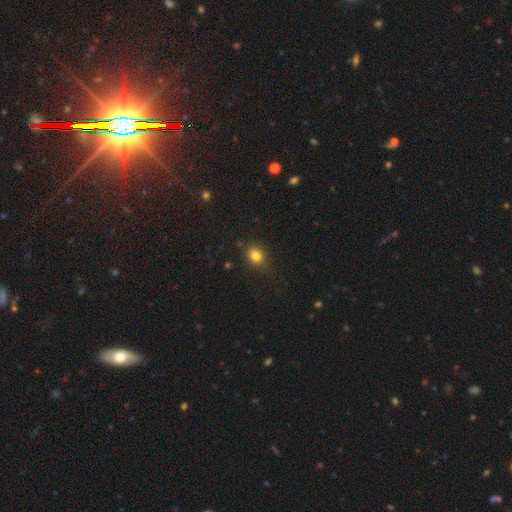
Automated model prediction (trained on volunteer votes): Smooth or featured?
  - smooth: 82% *
  - star or artifact: 12%
  - featured or disk: 6%
How rounded?
  - round: 54% *
  - in between: 45%
  - cigar-shaped: 1%
Merging?
  - none: 82% *
  - minor disturbance: 13%
  - major disturbance: 3%
  - merger: 1%